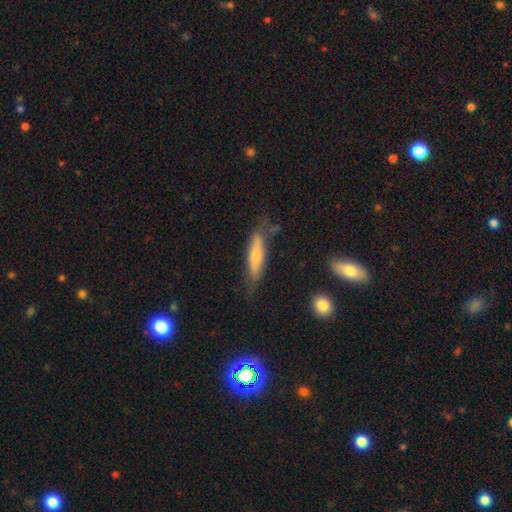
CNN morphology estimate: Smooth or featured: smooth — 54% (featured or disk — 40%)
How rounded: cigar-shaped — 75% (in between — 23%)
Merging: none — 66% (minor disturbance — 23%)